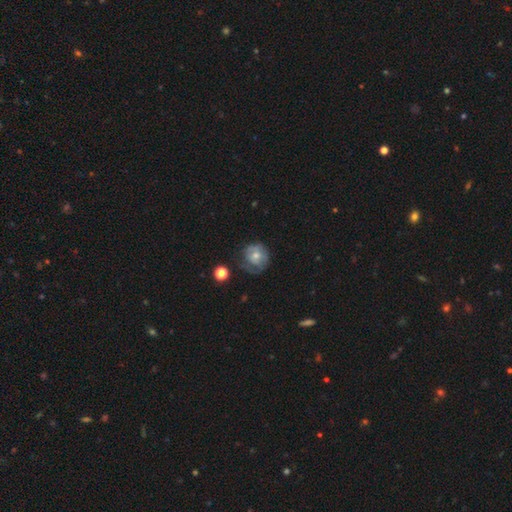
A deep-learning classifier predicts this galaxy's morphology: A smooth galaxy with no disk features (49%).

Vote fractions:
- Smooth or featured? smooth: 49% / featured or disk: 43% / star or artifact: 9%
- Merging? none: 51% / minor disturbance: 29% / major disturbance: 18% / merger: 3%